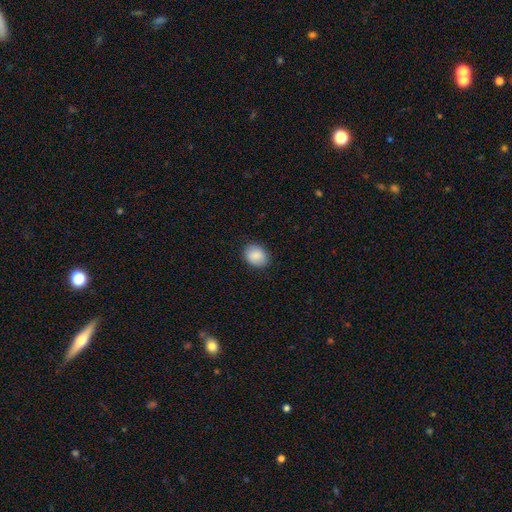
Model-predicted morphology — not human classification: Smooth or featured? Predicted: smooth (p=0.87). How rounded? Predicted: in between (p=0.56). Merging? Predicted: none (p=0.86).